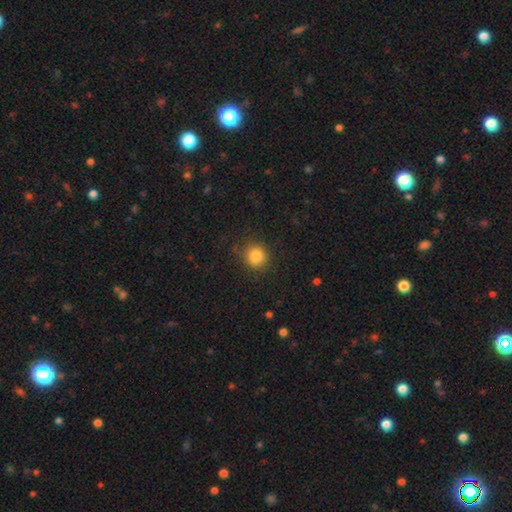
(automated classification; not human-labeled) Overall: smooth (84%). How rounded: round (90%). Merging: none (86%).